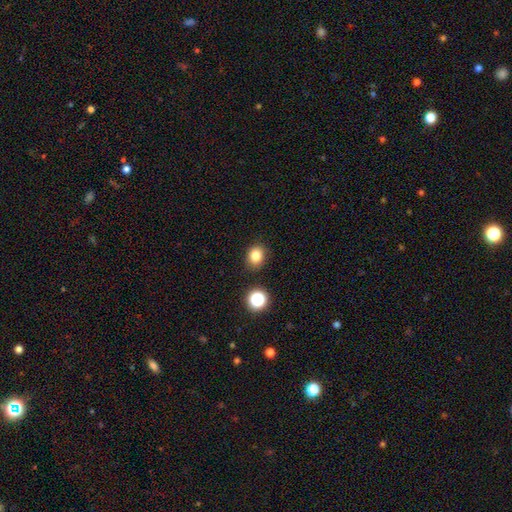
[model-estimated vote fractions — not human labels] Smooth or featured?
  - smooth: 82% *
  - star or artifact: 13%
  - featured or disk: 5%
How rounded?
  - round: 58% *
  - in between: 41%
  - cigar-shaped: 1%
Merging?
  - none: 86% *
  - minor disturbance: 9%
  - merger: 3%
  - major disturbance: 2%